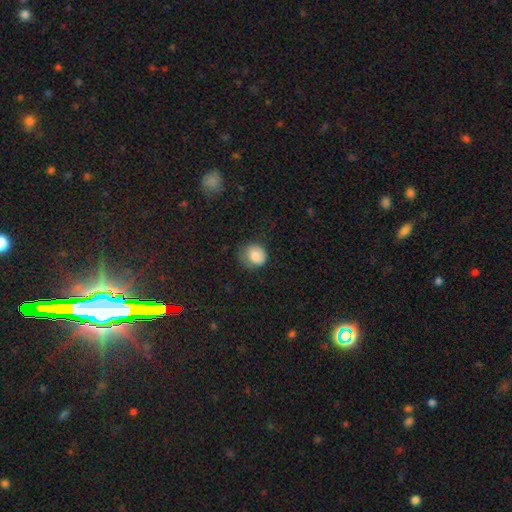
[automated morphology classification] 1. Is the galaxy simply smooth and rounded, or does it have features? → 82% smooth, 10% featured or disk, 9% star or artifact.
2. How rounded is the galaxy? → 73% round, 26% in between, 1% cigar-shaped.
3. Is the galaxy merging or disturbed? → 60% none, 28% minor disturbance, 11% major disturbance, 1% merger.